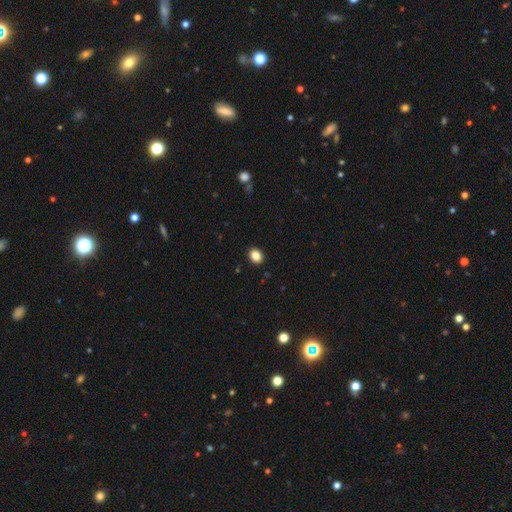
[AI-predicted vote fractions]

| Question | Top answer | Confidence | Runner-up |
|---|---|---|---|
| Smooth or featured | smooth | 86% | star or artifact (10%) |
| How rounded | in between | 57% | round (42%) |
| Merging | none | 91% | minor disturbance (6%) |